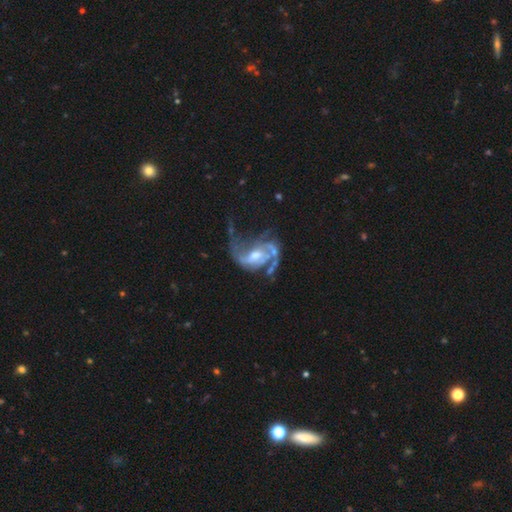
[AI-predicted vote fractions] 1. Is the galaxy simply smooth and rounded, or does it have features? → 87% featured or disk, 7% smooth, 7% star or artifact.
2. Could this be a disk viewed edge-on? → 98% no, 2% yes.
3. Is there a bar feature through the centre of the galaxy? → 46% weak, 37% no, 18% strong.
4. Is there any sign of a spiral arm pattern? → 92% yes, 8% no.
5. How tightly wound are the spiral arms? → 43% medium, 38% loose, 19% tight.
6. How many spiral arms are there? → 58% 2, 15% can't tell, 11% 3, 9% 1, 4% 4, 3% more than 4.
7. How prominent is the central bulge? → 57% moderate, 27% small, 9% large, 5% none, 1% dominant.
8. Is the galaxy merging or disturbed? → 41% major disturbance, 30% none, 18% minor disturbance, 11% merger.